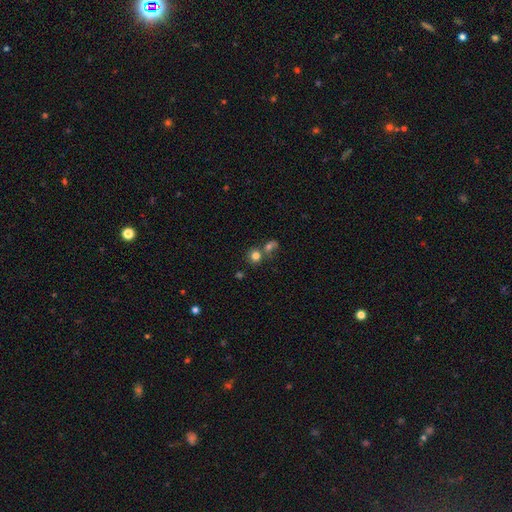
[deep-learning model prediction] smooth_or_featured: smooth (p=0.77) [alt: star or artifact p=0.14]
how_rounded: round (p=0.86) [alt: in between p=0.12]
merging: none (p=0.55) [alt: merger p=0.33]